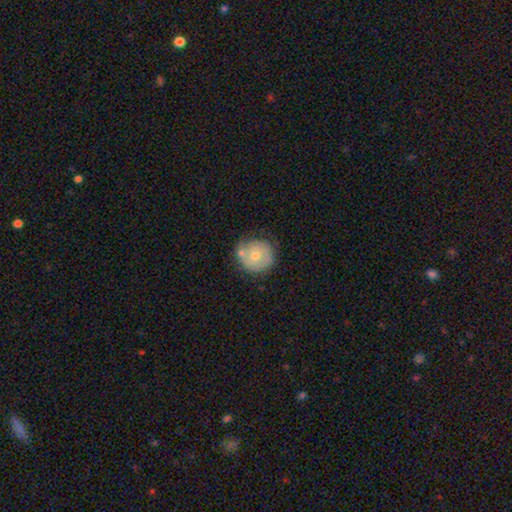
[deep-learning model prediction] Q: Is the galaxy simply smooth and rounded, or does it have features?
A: smooth — 57%.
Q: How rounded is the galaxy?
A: round — 90%.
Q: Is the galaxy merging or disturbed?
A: none — 57%.